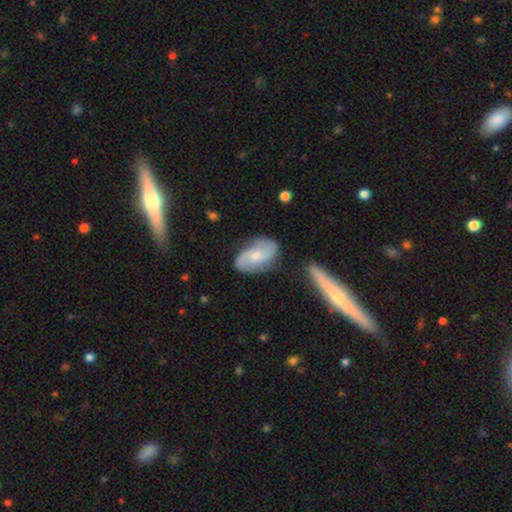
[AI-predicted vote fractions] A featured or disk galaxy (73%) with no bar (55%), 2 (89%) medium (43%) spiral arms (94%) and a small central bulge (47%). Merging: none (77%).